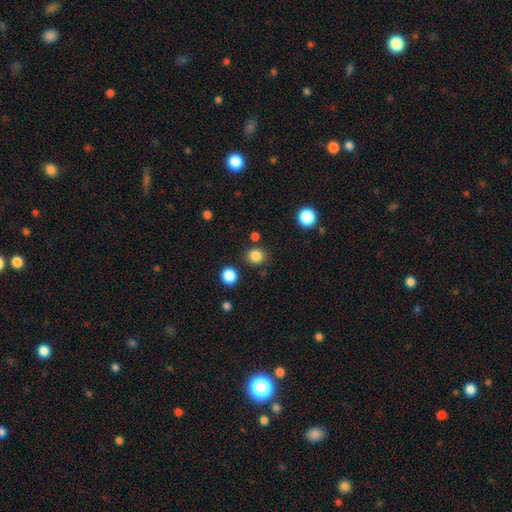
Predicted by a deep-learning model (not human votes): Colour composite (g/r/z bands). It shows a smooth galaxy with no disk features (84%) that is round (84%). Merging: none (84%).